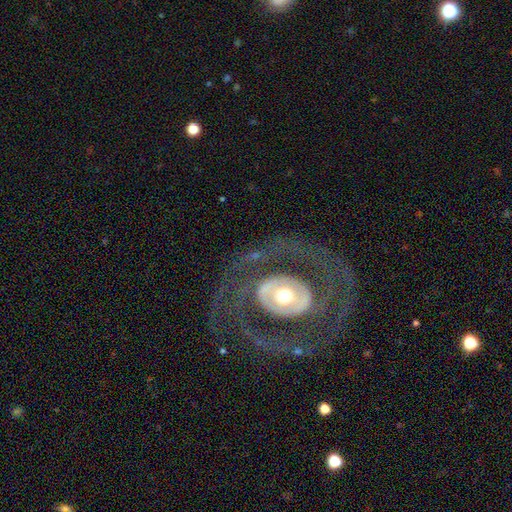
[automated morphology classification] A featured or disk galaxy (79%) with no bar (66%), spiral arms (59%) and a moderate central bulge (64%).

Vote fractions:
- Smooth or featured? featured or disk: 79% / smooth: 15% / star or artifact: 6%
- Edge-on disk? no: 96% / yes: 4%
- Bar? no: 66% / weak: 20% / strong: 14%
- Spiral arms? yes: 59% / no: 41%
- Bulge size? moderate: 64% / large: 17% / small: 16% / dominant: 2% / none: 1%
- Merging? none: 74% / major disturbance: 14% / minor disturbance: 11% / merger: 1%